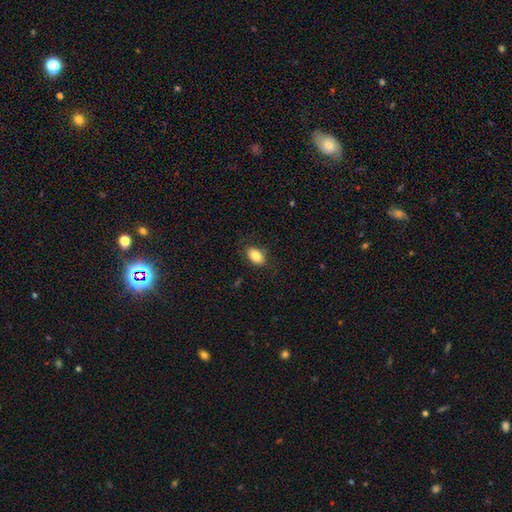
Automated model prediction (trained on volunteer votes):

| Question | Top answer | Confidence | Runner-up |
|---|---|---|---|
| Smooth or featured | smooth | 83% | featured or disk (9%) |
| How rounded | in between | 87% | round (11%) |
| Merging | none | 84% | minor disturbance (12%) |